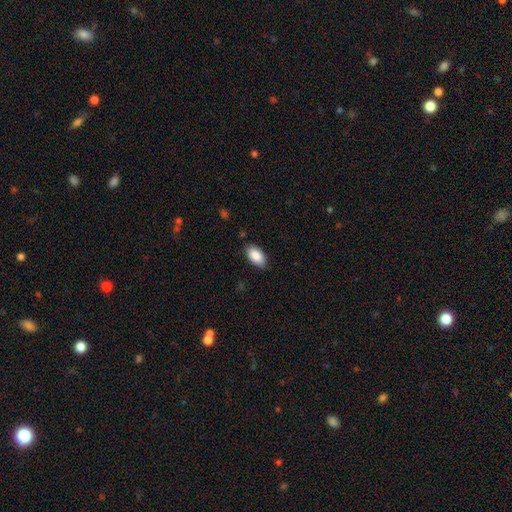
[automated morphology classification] This is clearly a smooth galaxy (89%). How rounded: clearly in between (94%). Merging: clearly none (85%).